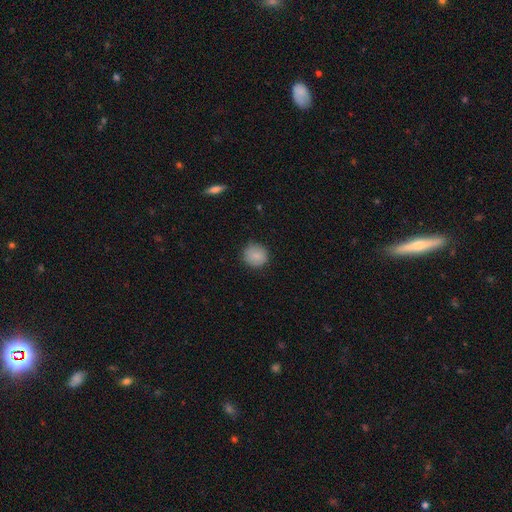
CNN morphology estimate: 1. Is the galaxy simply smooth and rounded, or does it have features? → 86% smooth, 8% star or artifact, 5% featured or disk.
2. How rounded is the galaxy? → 89% round, 10% in between, 1% cigar-shaped.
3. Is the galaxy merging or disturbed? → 85% none, 11% minor disturbance, 3% major disturbance, 1% merger.